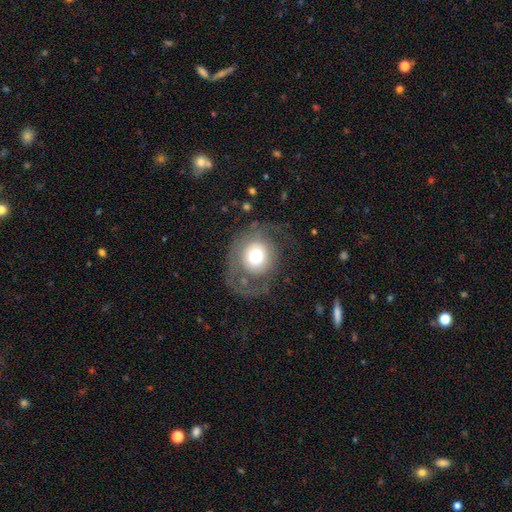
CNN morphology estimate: A smooth galaxy with no disk features (46%). Merging: none (52%).